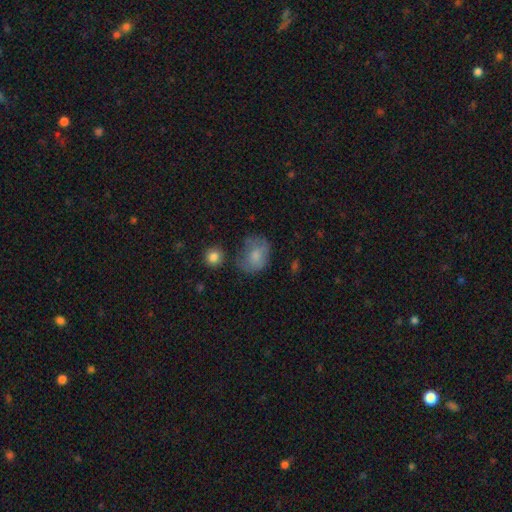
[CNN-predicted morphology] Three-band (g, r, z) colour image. It shows a smooth galaxy with no disk features (70%) that is in between round and cigar-shaped (55%). Merging: none (47%).